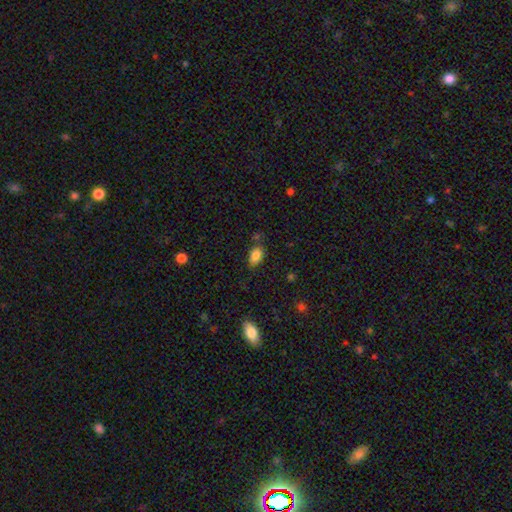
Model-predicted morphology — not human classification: Smooth or featured? smooth (84%)
How rounded? in between (89%)
Merging? none (73%)